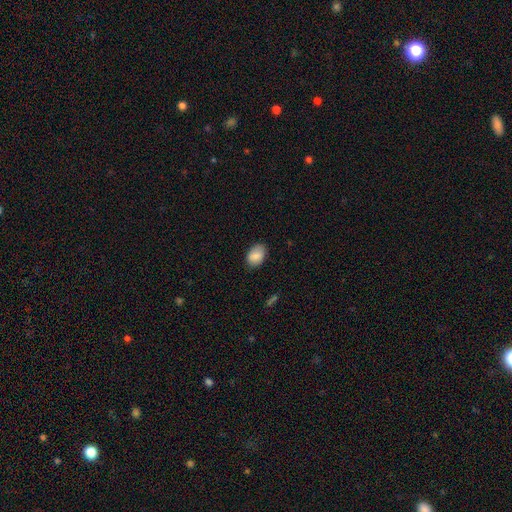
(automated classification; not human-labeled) Smooth or featured?
  - smooth: 86% *
  - star or artifact: 7%
  - featured or disk: 7%
How rounded?
  - in between: 80% *
  - round: 19%
  - cigar-shaped: 1%
Merging?
  - none: 80% *
  - minor disturbance: 16%
  - major disturbance: 3%
  - merger: 1%